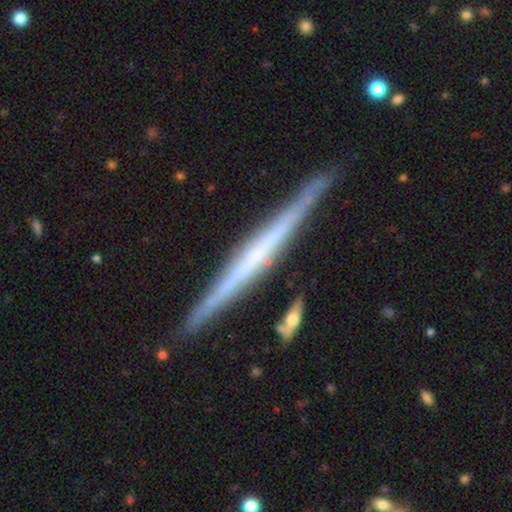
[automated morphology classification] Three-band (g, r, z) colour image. It shows a featured or disk galaxy (74%) viewed edge-on (98%) with no central bulge (70%). Merging: none (88%).